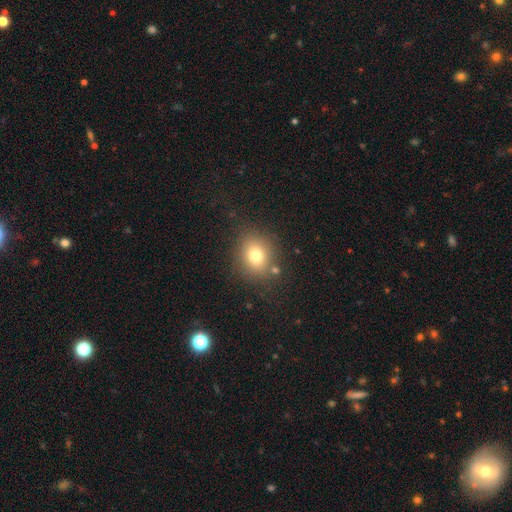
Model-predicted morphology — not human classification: Smooth or featured?
  - smooth: 75% *
  - star or artifact: 14%
  - featured or disk: 11%
How rounded?
  - round: 58% *
  - in between: 40%
  - cigar-shaped: 1%
Merging?
  - none: 80% *
  - minor disturbance: 11%
  - major disturbance: 4%
  - merger: 4%